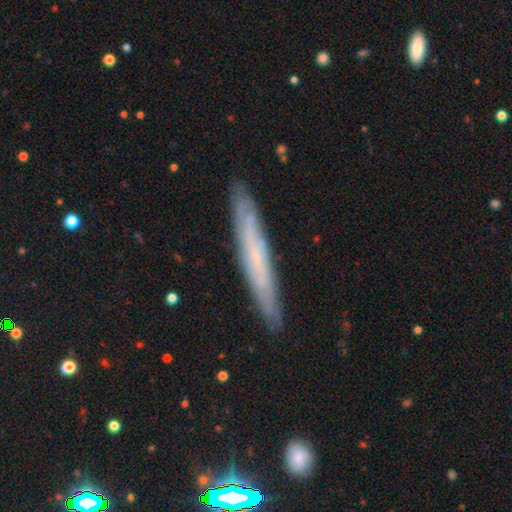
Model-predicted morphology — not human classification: Q: Smooth or featured?
A: featured or disk (52%); runner-up: smooth (39%)
Q: Edge-on disk?
A: yes (82%); runner-up: no (18%)
Q: Merging?
A: none (88%); runner-up: minor disturbance (9%)